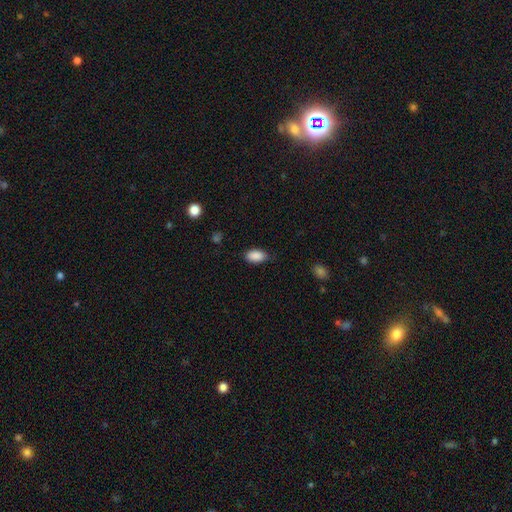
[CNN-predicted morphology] Overall: smooth (89%). How rounded: in between (93%). Merging: none (80%).